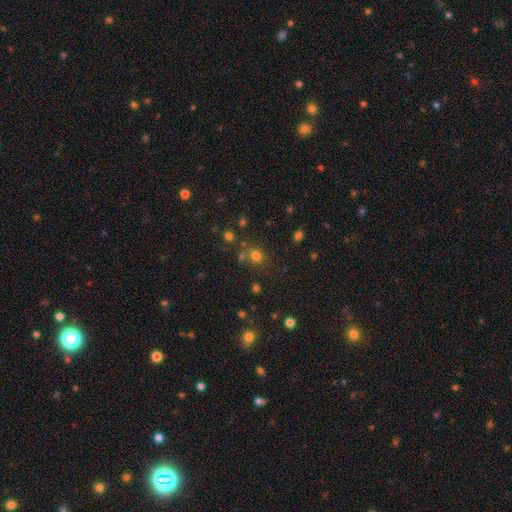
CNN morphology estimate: smooth 71%, star or artifact 22%, featured or disk 8%. Down the decision tree: how rounded — round (82%); merging — none (72%).